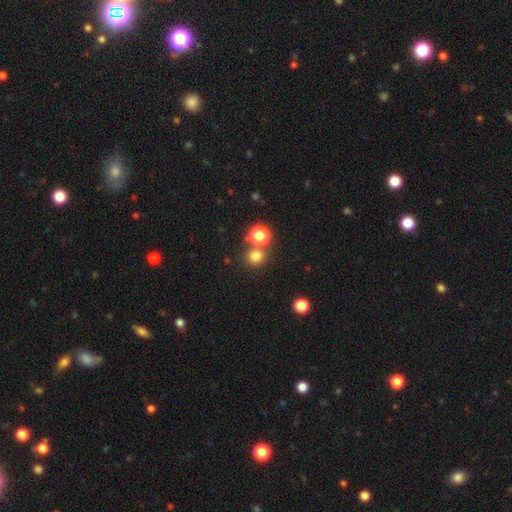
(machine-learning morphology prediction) smooth 76%, star or artifact 18%, featured or disk 6%. Down the decision tree: how rounded — round (88%); merging — none (70%).